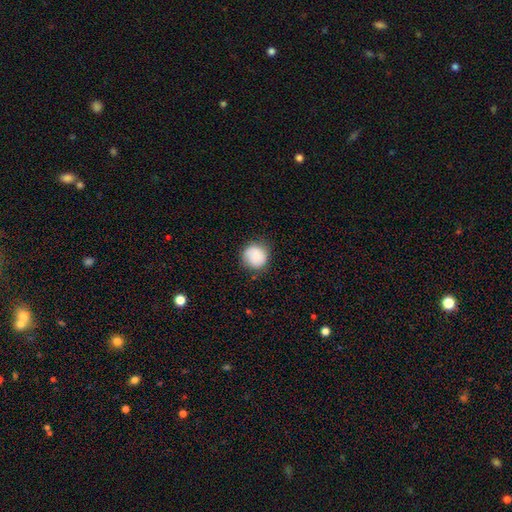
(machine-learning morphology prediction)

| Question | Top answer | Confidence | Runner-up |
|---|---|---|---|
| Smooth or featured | smooth | 82% | featured or disk (10%) |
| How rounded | round | 91% | in between (8%) |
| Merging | none | 81% | minor disturbance (15%) |